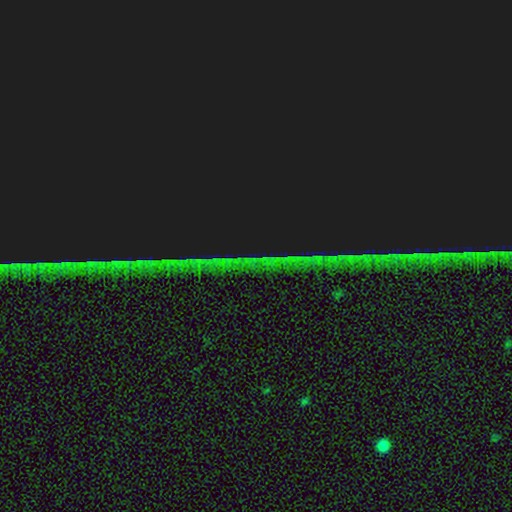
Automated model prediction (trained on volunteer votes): A star or artifact, not a galaxy (87%).